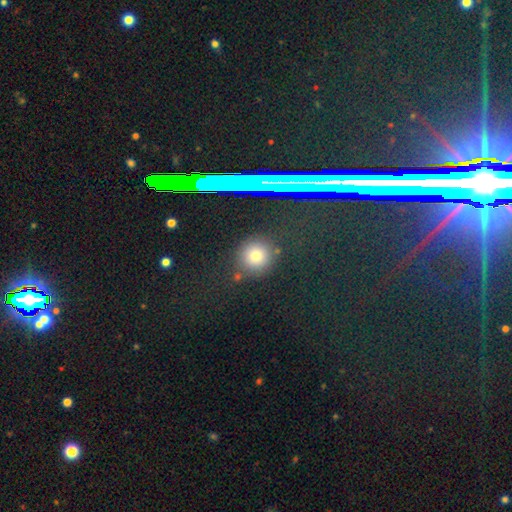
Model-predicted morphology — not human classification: Q: Smooth or featured?
A: smooth (71%); runner-up: star or artifact (21%)
Q: How rounded?
A: round (81%); runner-up: in between (17%)
Q: Merging?
A: none (86%); runner-up: minor disturbance (8%)